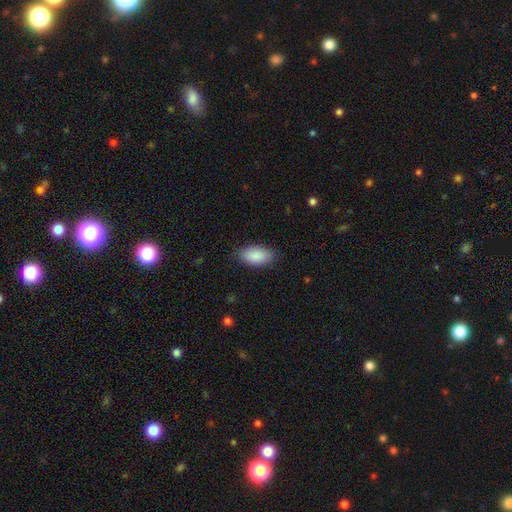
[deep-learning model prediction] Smooth or featured? Predicted: smooth (p=0.89). How rounded? Predicted: in between (p=0.94). Merging? Predicted: none (p=0.84).